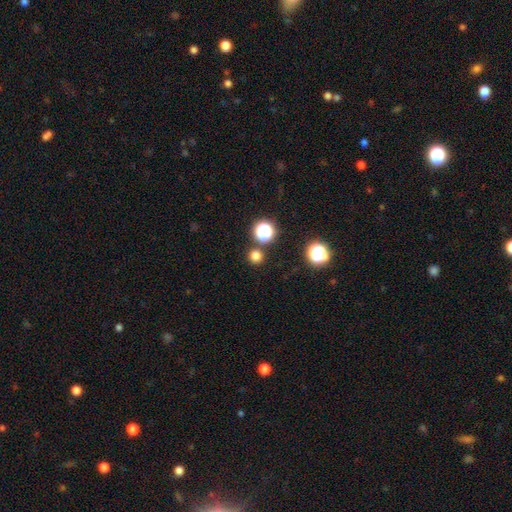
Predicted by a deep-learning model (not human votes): Morphology: type=smooth (75%); roundness=round (94%); merging=none (86%).